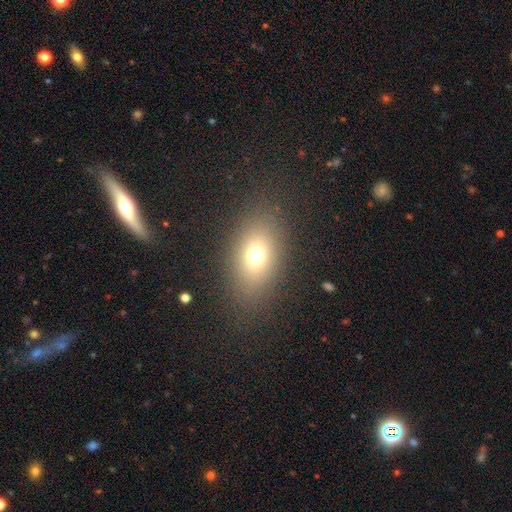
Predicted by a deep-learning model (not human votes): smooth 70%, featured or disk 15%, star or artifact 15%. Down the decision tree: how rounded — in between (78%); merging — none (83%).